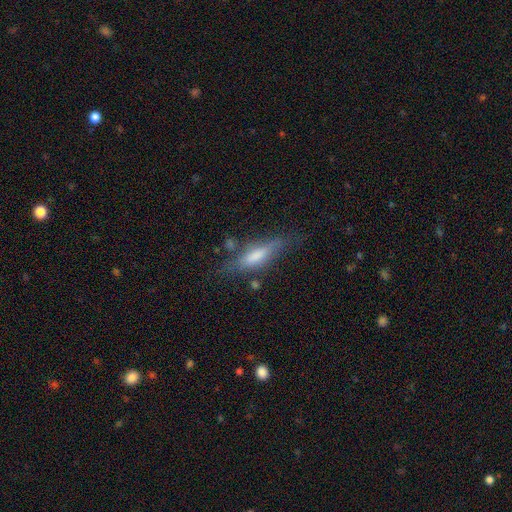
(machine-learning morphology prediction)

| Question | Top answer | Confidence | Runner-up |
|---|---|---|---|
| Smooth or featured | smooth | 50% | featured or disk (42%) |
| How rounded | cigar-shaped | 66% | in between (32%) |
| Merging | none | 67% | minor disturbance (21%) |